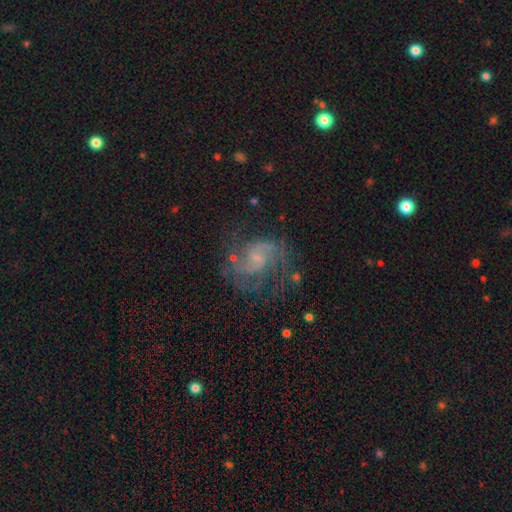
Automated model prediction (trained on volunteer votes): Smooth or featured? Predicted: featured or disk (p=0.82). Edge-on disk? Predicted: no (p=0.98). Bar? Predicted: no (p=0.49). Spiral arms? Predicted: yes (p=0.94). Spiral winding? Predicted: medium (p=0.53). Spiral arm count? Predicted: 2 (p=0.71). Bulge size? Predicted: small (p=0.60). Merging? Predicted: none (p=0.64).